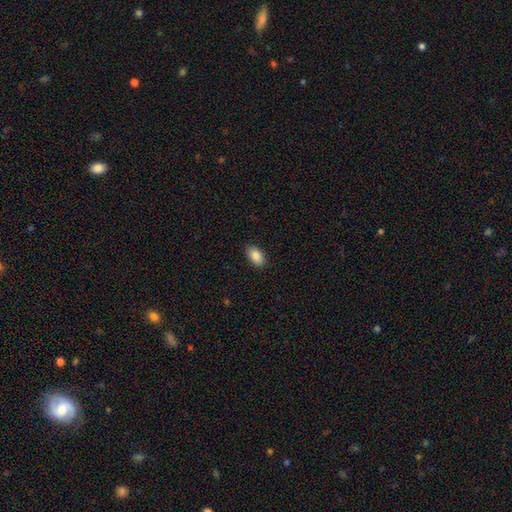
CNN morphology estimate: smooth 87%, star or artifact 7%, featured or disk 6%. Down the decision tree: how rounded — in between (93%); merging — none (89%).